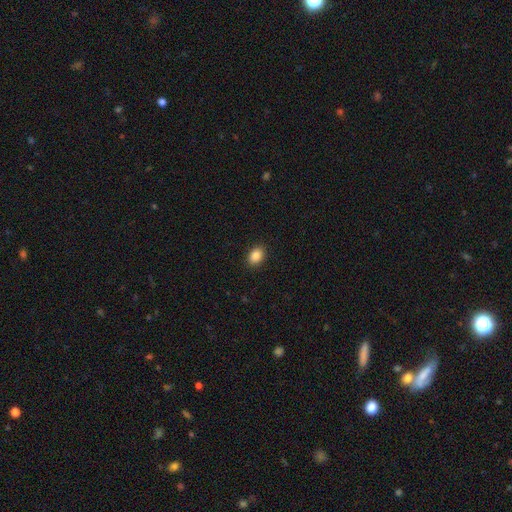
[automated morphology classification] Smooth or featured: smooth — 88% (star or artifact — 8%)
How rounded: in between — 77% (round — 22%)
Merging: none — 90% (minor disturbance — 7%)